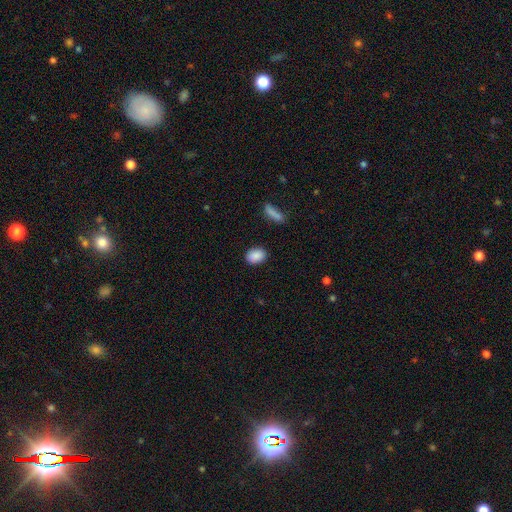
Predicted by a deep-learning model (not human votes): smooth-or-featured: smooth: 89% | star or artifact: 7% | featured or disk: 4%
  how-rounded: in between: 76% | round: 23% | cigar-shaped: 2%
  merging: none: 88% | minor disturbance: 8% | major disturbance: 2% | merger: 2%